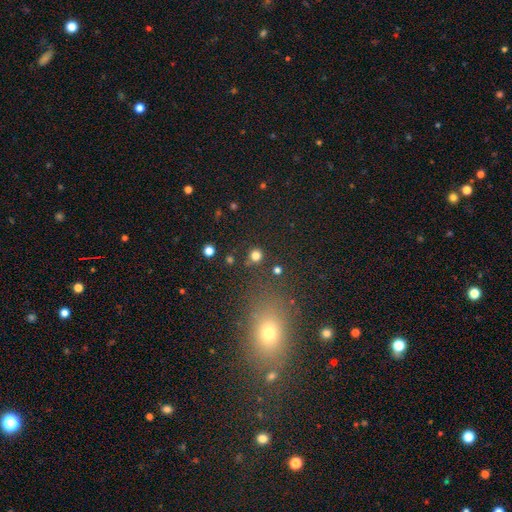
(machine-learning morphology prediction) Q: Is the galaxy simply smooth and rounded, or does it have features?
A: smooth — 80%.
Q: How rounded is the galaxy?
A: round — 92%.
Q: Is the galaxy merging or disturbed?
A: none — 85%.